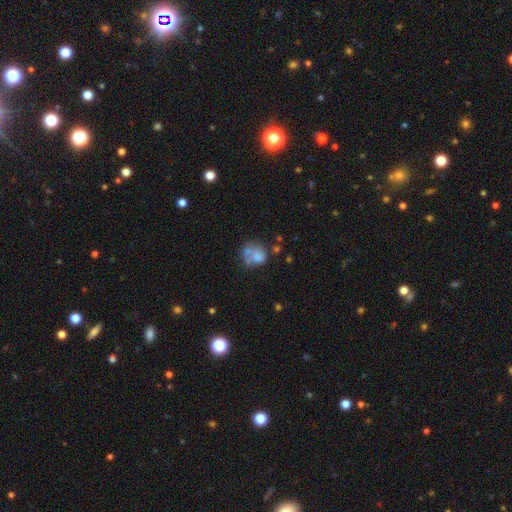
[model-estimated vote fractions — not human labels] Smooth or featured? smooth (66%)
How rounded? round (65%)
Merging? merger (37%)